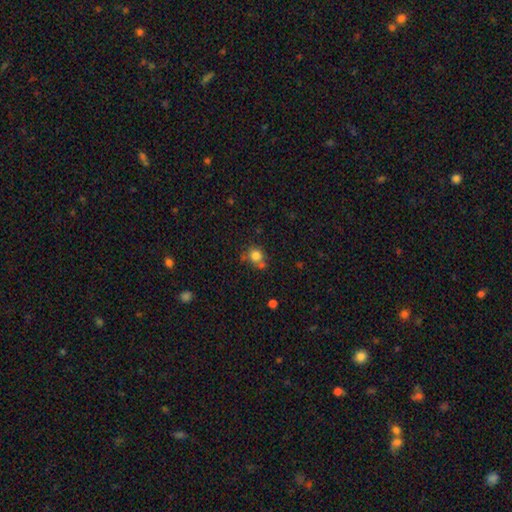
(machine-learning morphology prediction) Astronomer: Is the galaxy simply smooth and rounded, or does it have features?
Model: smooth — 80%.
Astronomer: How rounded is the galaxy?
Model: round — 80%.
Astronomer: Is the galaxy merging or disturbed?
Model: none — 57%.